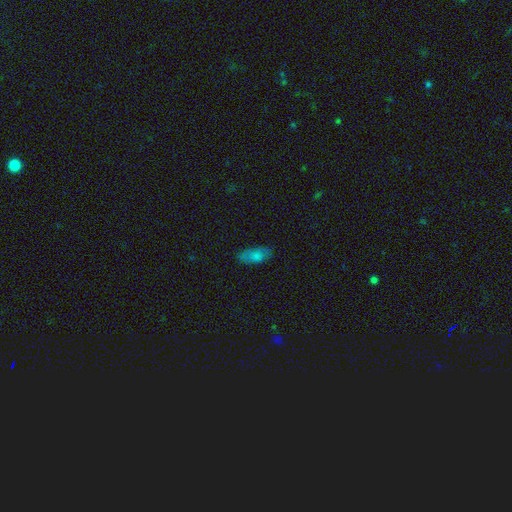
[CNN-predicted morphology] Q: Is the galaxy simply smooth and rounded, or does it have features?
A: smooth — 78%.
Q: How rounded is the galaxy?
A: in between — 85%.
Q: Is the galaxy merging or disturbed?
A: none — 78%.